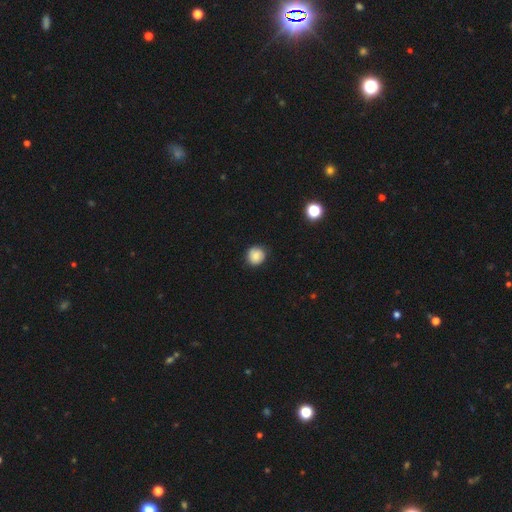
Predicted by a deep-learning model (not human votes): This appears to be a smooth galaxy with no disk features (83%) that is round (90%). Merging: none (87%).